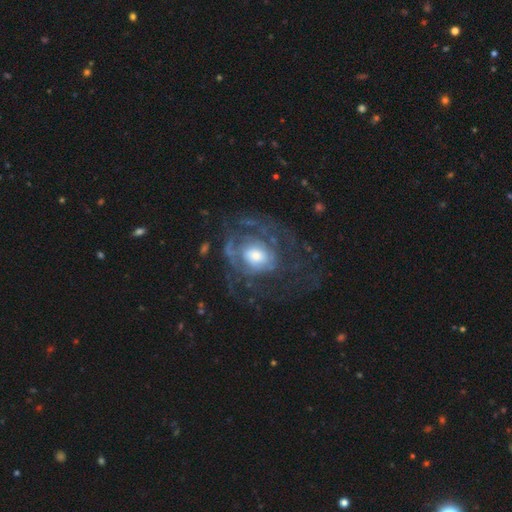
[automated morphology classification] smooth-or-featured: featured or disk: 77% | smooth: 15% | star or artifact: 7%
  disk-edge-on: no: 97% | yes: 3%
    bar: no: 73% | weak: 21% | strong: 5%
    has-spiral-arms: yes: 79% | no: 21%
      spiral-winding: tight: 48% | medium: 33% | loose: 19%
      spiral-arm-count: can't tell: 45% | 2: 20% | 3: 13% | 1: 9% | 4: 7% | more than 4: 6%
    bulge-size: moderate: 49% | large: 27% | small: 19% | dominant: 3% | none: 2%
  merging: none: 52% | major disturbance: 29% | minor disturbance: 17% | merger: 2%